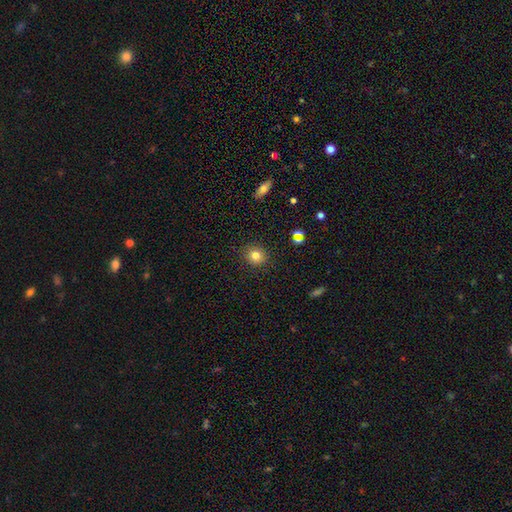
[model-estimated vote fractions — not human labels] smooth_or_featured: smooth (p=0.80) [alt: star or artifact p=0.13]
how_rounded: round (p=0.84) [alt: in between p=0.15]
merging: none (p=0.89) [alt: minor disturbance p=0.07]